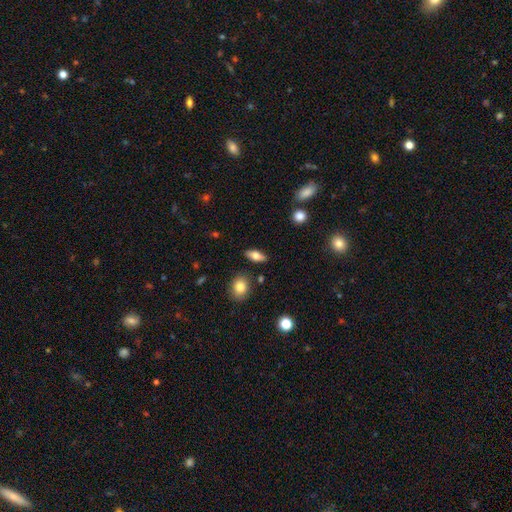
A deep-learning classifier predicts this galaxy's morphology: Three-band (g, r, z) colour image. It shows a smooth galaxy with no disk features (72%) that is in between round and cigar-shaped (78%). Merging: none (85%).